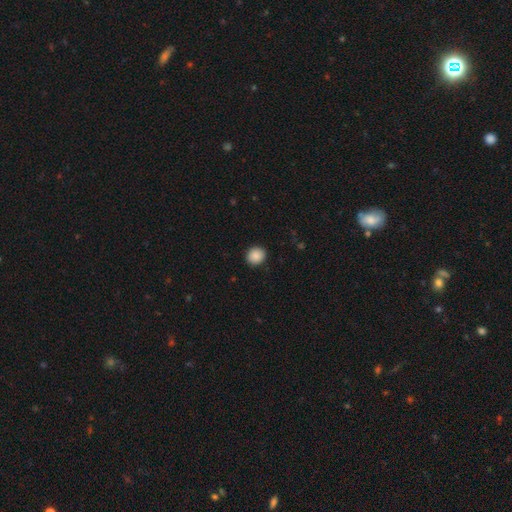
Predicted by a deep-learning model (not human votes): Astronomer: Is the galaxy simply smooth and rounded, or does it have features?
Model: smooth — 88%.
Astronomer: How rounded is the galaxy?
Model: round — 85%.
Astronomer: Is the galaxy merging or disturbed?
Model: none — 91%.